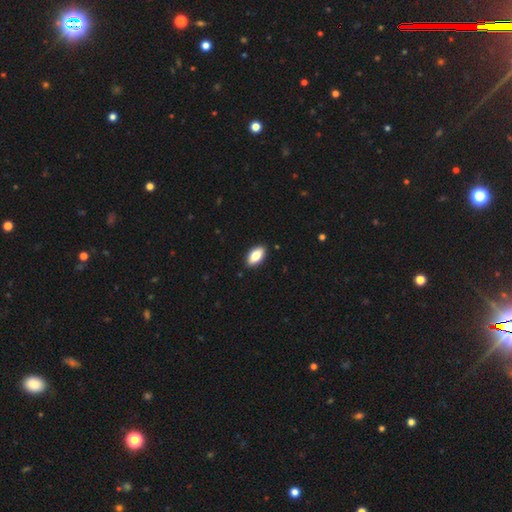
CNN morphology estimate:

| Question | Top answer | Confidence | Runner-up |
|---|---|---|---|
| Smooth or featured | smooth | 81% | featured or disk (13%) |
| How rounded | in between | 91% | cigar-shaped (6%) |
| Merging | none | 89% | minor disturbance (8%) |